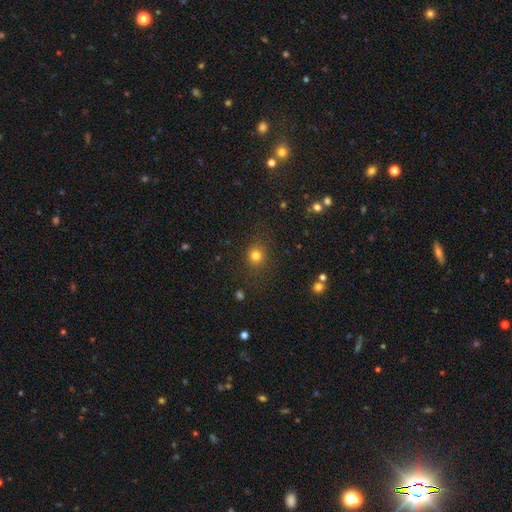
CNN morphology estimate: A smooth galaxy with no disk features (79%) that is round (85%).

Vote fractions:
- Smooth or featured? smooth: 79% / star or artifact: 15% / featured or disk: 6%
- How rounded? round: 85% / in between: 14% / cigar-shaped: 1%
- Merging? none: 85% / minor disturbance: 9% / major disturbance: 4% / merger: 2%